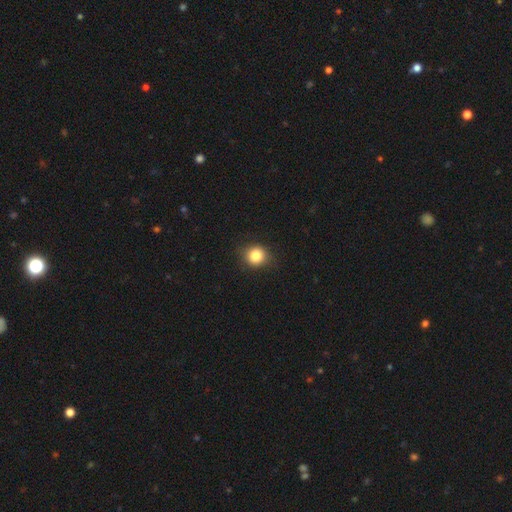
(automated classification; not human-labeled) Morphology: type=smooth (83%); roundness=round (84%); merging=none (85%).